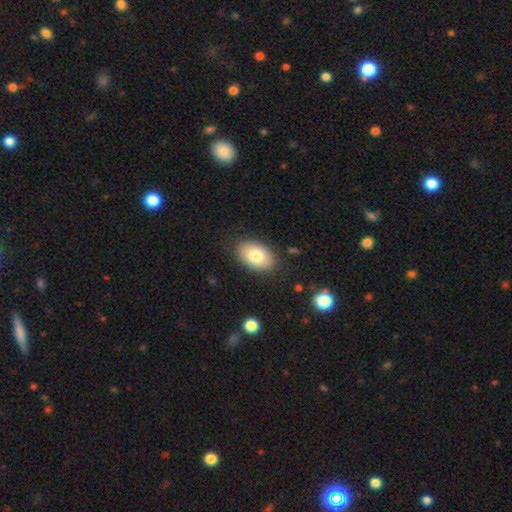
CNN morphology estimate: The model was most divided on "smooth or featured": smooth: 80%, featured or disk: 13%, star or artifact: 7%. More confident: how rounded — in between (91%); merging — none (86%).